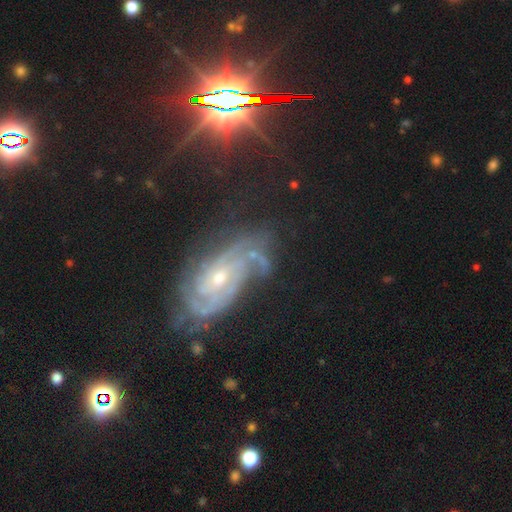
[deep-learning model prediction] featured or disk 76%, star or artifact 14%, smooth 10%. Down the decision tree: edge-on disk — no (94%); bar — no (61%); spiral arms — yes (93%); spiral arm count — can't tell (30%); spiral winding — tight (52%); bulge size — small (53%); merging — none (58%).